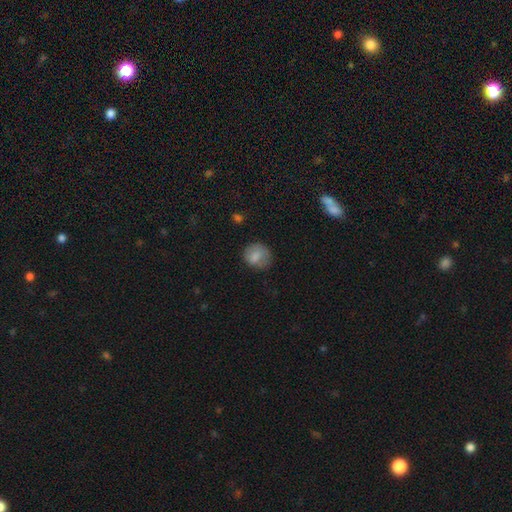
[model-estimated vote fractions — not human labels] A smooth galaxy with no disk features (80%) that is round (80%).

Vote fractions:
- Smooth or featured? smooth: 80% / featured or disk: 12% / star or artifact: 8%
- How rounded? round: 80% / in between: 19% / cigar-shaped: 1%
- Merging? none: 67% / minor disturbance: 23% / major disturbance: 8% / merger: 2%